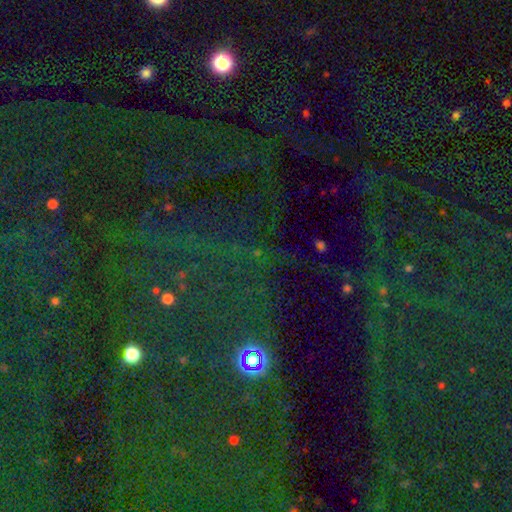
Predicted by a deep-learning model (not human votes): Smooth or featured: star or artifact — 75% (smooth — 15%)